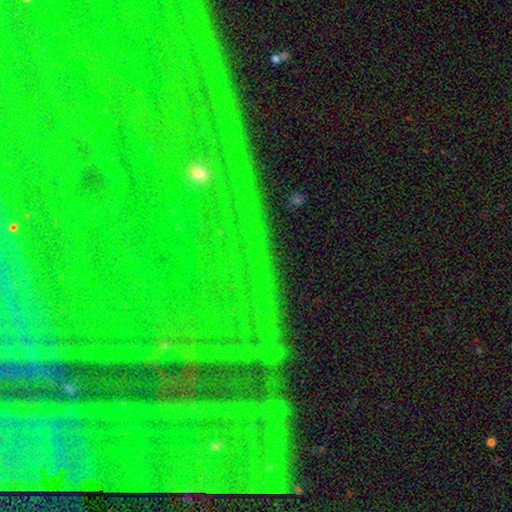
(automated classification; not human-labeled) smooth_or_featured: star or artifact (p=0.80) [alt: featured or disk p=0.11]